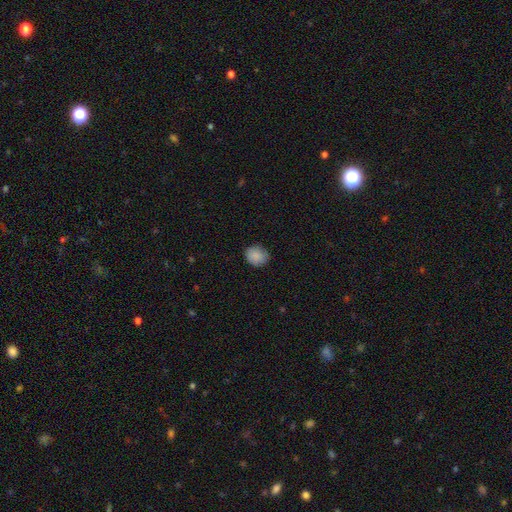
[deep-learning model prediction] A smooth galaxy with no disk features (87%) that is round (72%).

Vote fractions:
- Smooth or featured? smooth: 87% / star or artifact: 7% / featured or disk: 6%
- How rounded? round: 72% / in between: 27% / cigar-shaped: 1%
- Merging? none: 83% / minor disturbance: 14% / major disturbance: 3% / merger: 1%